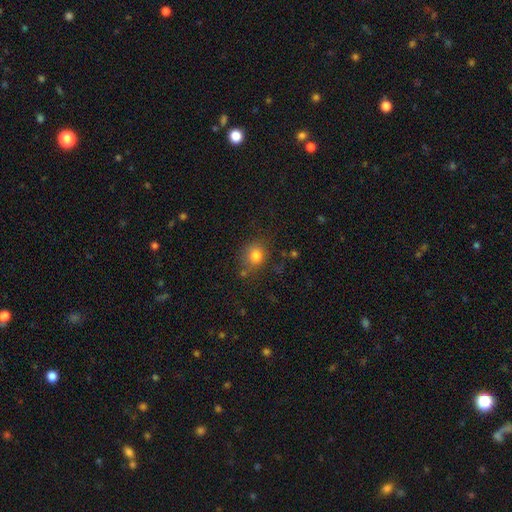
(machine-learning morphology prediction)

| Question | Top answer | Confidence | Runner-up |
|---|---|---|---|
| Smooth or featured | smooth | 81% | star or artifact (12%) |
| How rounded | round | 77% | in between (22%) |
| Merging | none | 74% | minor disturbance (15%) |